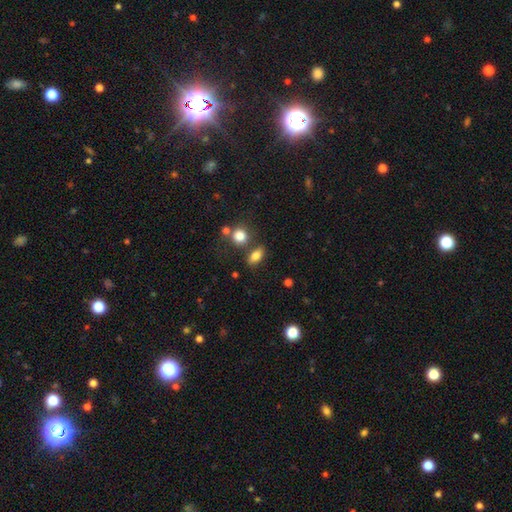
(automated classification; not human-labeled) Smooth or featured: smooth — 80% (star or artifact — 10%)
How rounded: in between — 79% (round — 14%)
Merging: none — 71% (merger — 12%)